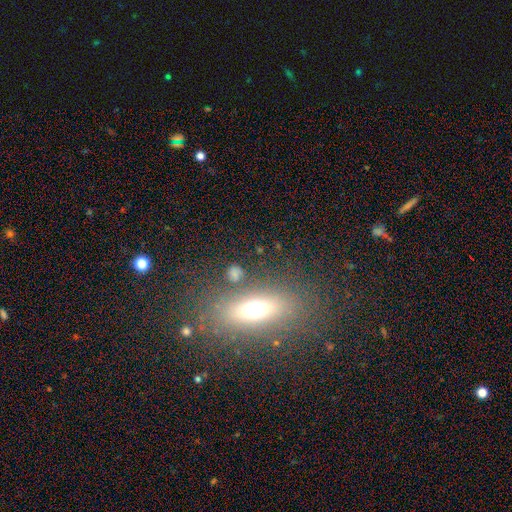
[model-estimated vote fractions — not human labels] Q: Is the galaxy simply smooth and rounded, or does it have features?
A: smooth — 55%.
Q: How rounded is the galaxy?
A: in between — 64%.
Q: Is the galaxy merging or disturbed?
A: none — 82%.